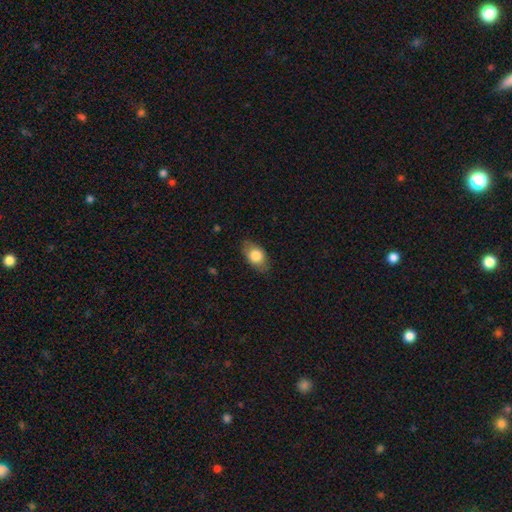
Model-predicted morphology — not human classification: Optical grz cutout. It shows a smooth galaxy with no disk features (78%) that is in between round and cigar-shaped (85%). Merging: none (80%).